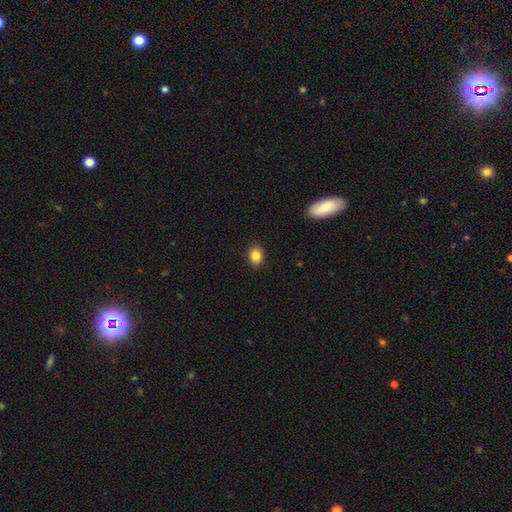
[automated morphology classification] Smooth or featured: smooth — 86% (star or artifact — 10%)
How rounded: round — 60% (in between — 39%)
Merging: none — 91% (minor disturbance — 6%)